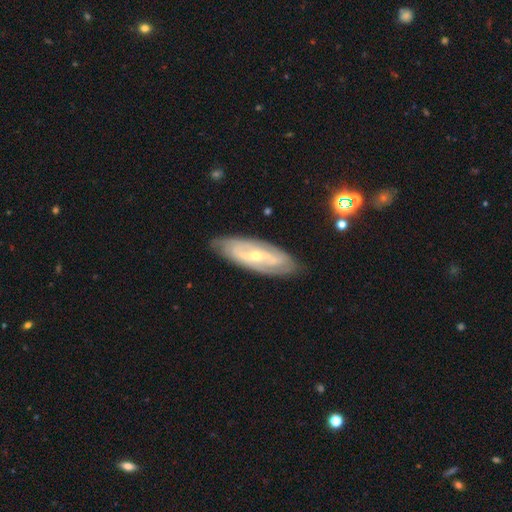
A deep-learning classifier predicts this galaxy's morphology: Smooth or featured? featured or disk (79%)
Edge-on disk? no (86%)
Bar? no (37%)
Spiral arms? yes (83%)
Spiral winding? tight (57%)
Spiral arm count? 2 (50%)
Bulge size? small (64%)
Merging? none (82%)